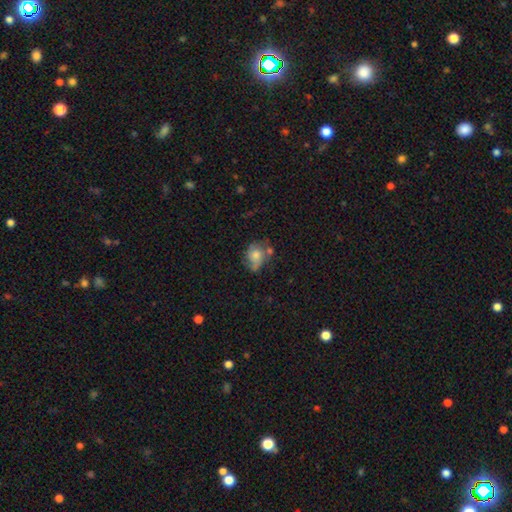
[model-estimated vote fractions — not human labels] Smooth or featured? smooth (54%)
How rounded? round (51%)
Merging? none (40%)